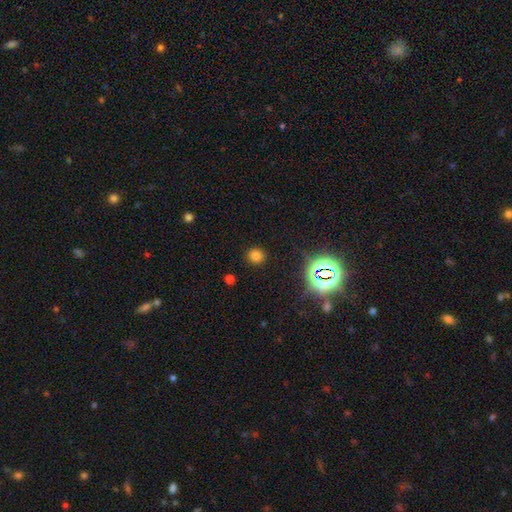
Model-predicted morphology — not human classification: A smooth galaxy with no disk features (74%) that is round (89%).

Vote fractions:
- Smooth or featured? smooth: 74% / star or artifact: 21% / featured or disk: 6%
- How rounded? round: 89% / in between: 10% / cigar-shaped: 1%
- Merging? none: 89% / minor disturbance: 6% / major disturbance: 3% / merger: 2%